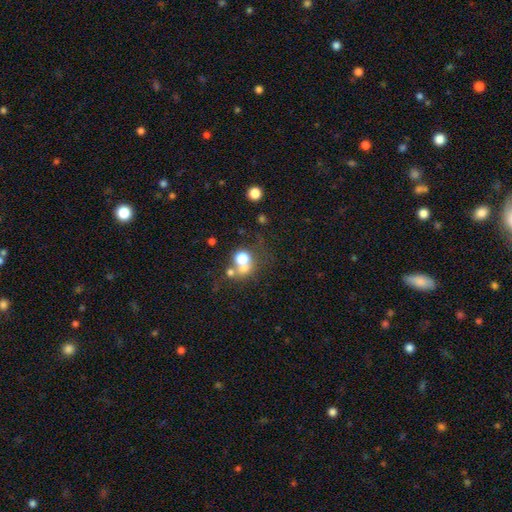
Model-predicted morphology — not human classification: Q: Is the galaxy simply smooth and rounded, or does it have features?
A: smooth — 48%.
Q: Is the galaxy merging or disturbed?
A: none — 55%.